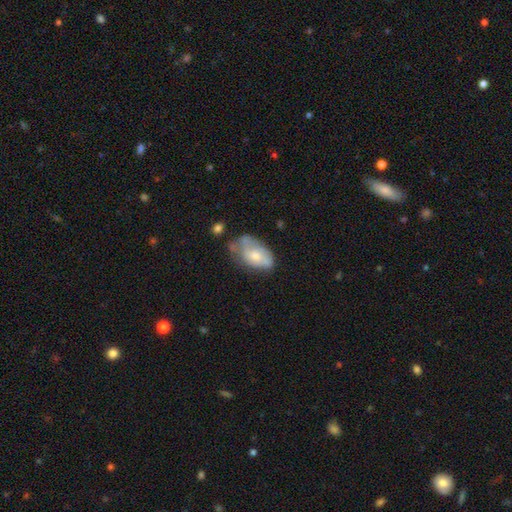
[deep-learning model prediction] A smooth galaxy with no disk features (54%) that is in between round and cigar-shaped (92%).

Vote fractions:
- Smooth or featured? smooth: 54% / featured or disk: 39% / star or artifact: 7%
- How rounded? in between: 92% / round: 6% / cigar-shaped: 2%
- Merging? minor disturbance: 37% / none: 35% / major disturbance: 21% / merger: 8%